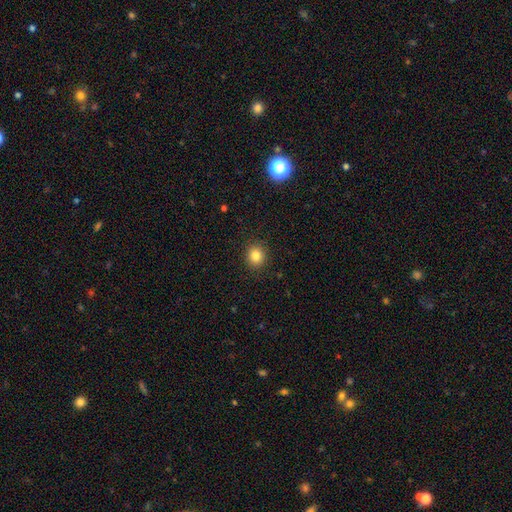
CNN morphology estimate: The model was most divided on "how rounded": round: 83%, in between: 16%, cigar-shaped: 1%. More confident: merging — none (90%); smooth or featured — smooth (84%).